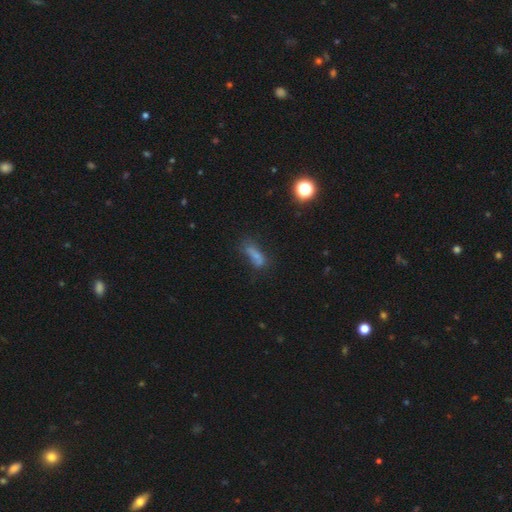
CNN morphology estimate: Smooth or featured? Predicted: smooth (p=0.58). How rounded? Predicted: in between (p=0.59). Merging? Predicted: none (p=0.37).